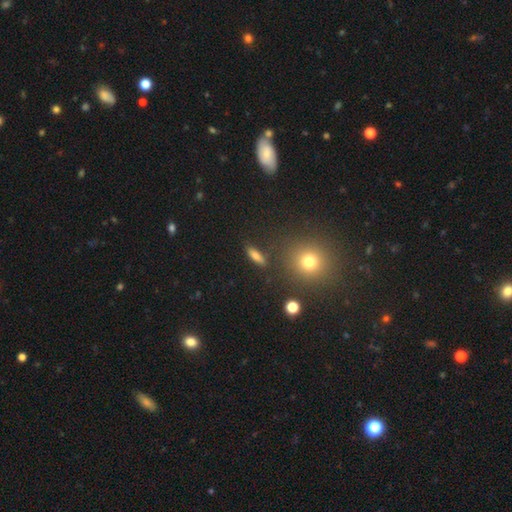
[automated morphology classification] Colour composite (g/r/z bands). It shows a smooth galaxy with no disk features (71%) that is cigar-shaped (49%). Merging: none (83%).